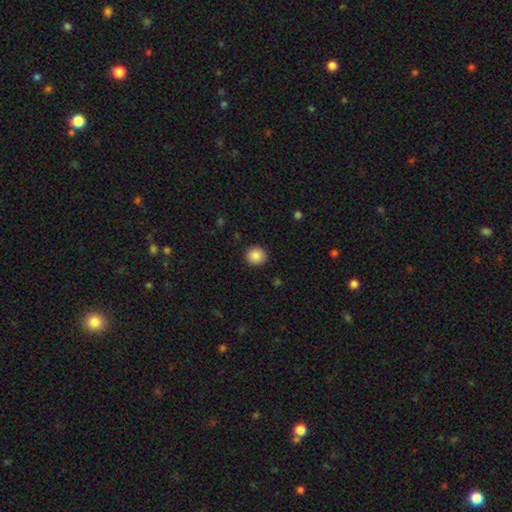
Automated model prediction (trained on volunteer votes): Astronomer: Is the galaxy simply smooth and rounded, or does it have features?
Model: smooth — 88%.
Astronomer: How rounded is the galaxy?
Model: round — 89%.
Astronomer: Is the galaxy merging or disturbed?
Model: none — 92%.